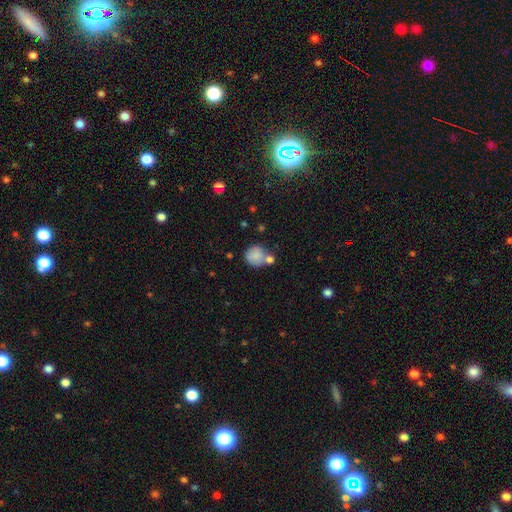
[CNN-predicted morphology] A smooth galaxy with no disk features (83%) that is round (83%). Merging: none (51%).